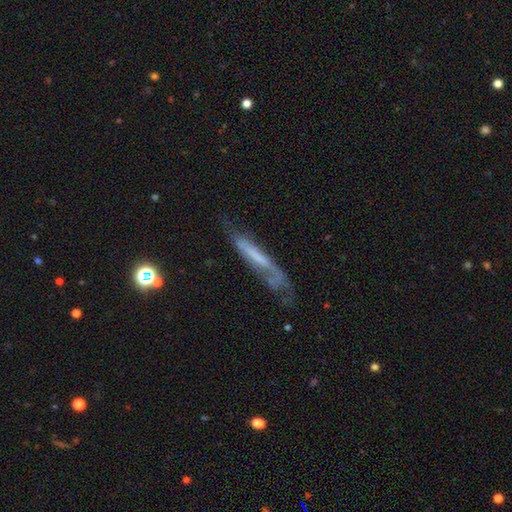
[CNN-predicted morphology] The model was most divided on "edge-on disk": yes: 54%, no: 46%. Remaining: smooth or featured — featured or disk (61%); merging — none (48%).